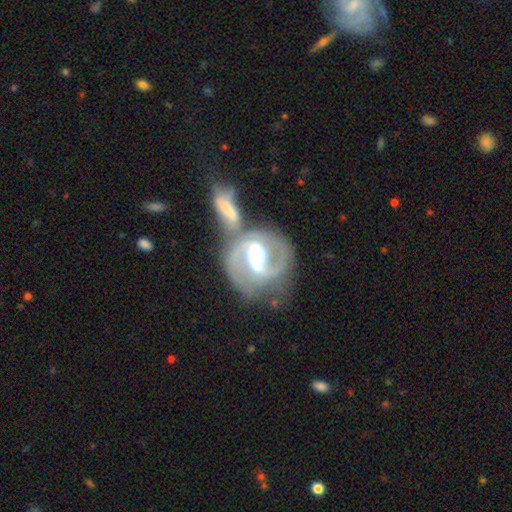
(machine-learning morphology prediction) This is clearly a featured or disk galaxy (87%). It is clearly not viewed edge-on (97%). Bar: marginally weak (40%). Spiral arm pattern: clearly yes (94%). Spiral arm count: clearly 2 (86%). Spiral winding: possibly medium (51%). Central bulge: likely moderate (74%). Merging: possibly merger (47%).